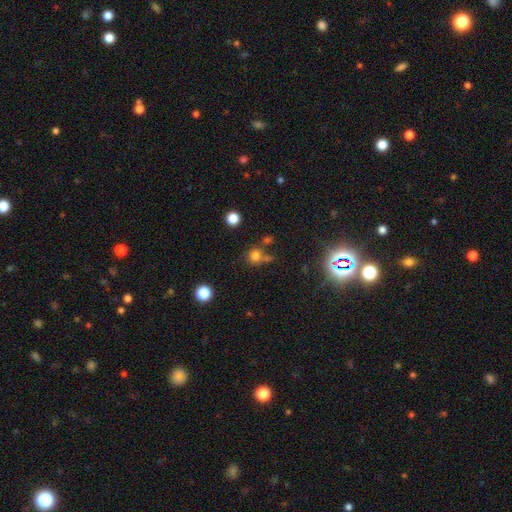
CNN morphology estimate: smooth-or-featured: smooth: 73% | star or artifact: 19% | featured or disk: 8%
  how-rounded: round: 87% | in between: 12% | cigar-shaped: 1%
  merging: none: 60% | merger: 22% | minor disturbance: 12% | major disturbance: 6%